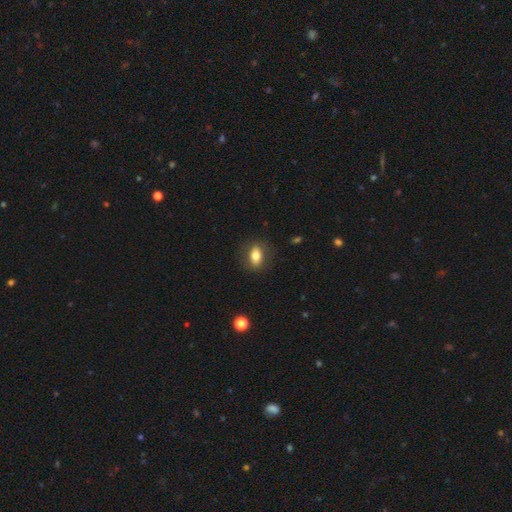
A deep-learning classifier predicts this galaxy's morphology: This appears to be a smooth galaxy with no disk features (73%) that is in between round and cigar-shaped (77%). Merging: none (83%).